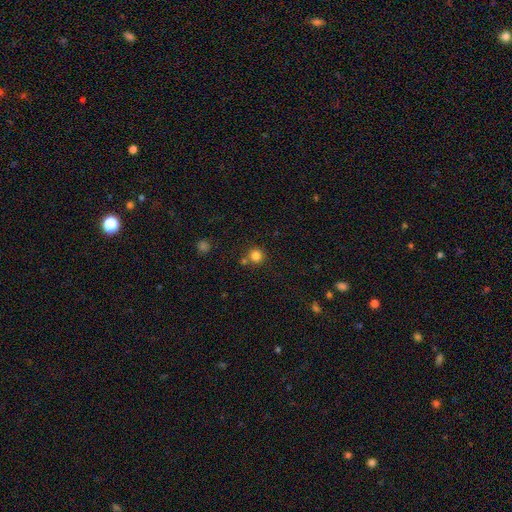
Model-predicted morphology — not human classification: Smooth or featured: smooth — 82% (star or artifact — 13%)
How rounded: round — 93% (in between — 6%)
Merging: none — 74% (merger — 15%)